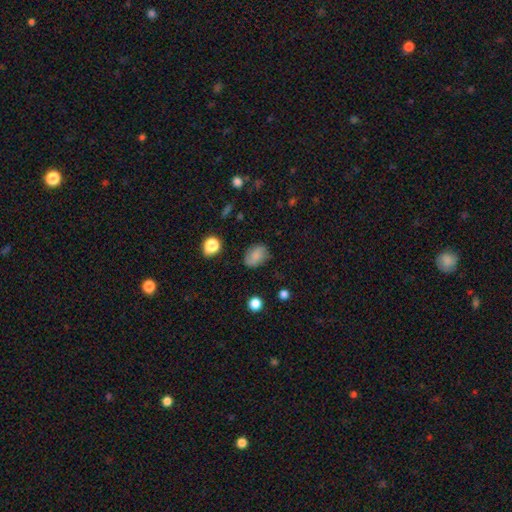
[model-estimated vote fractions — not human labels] smooth-or-featured: smooth: 76% | featured or disk: 14% | star or artifact: 10%
  how-rounded: in between: 77% | round: 21% | cigar-shaped: 2%
  merging: none: 77% | minor disturbance: 17% | major disturbance: 4% | merger: 2%